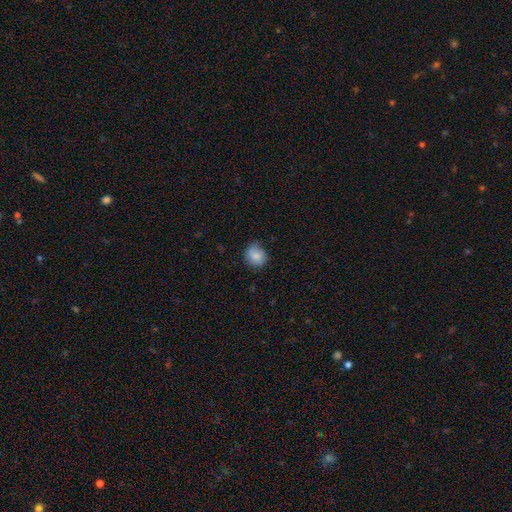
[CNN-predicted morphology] type=smooth (81%); roundness=round (73%); merging=none (71%).